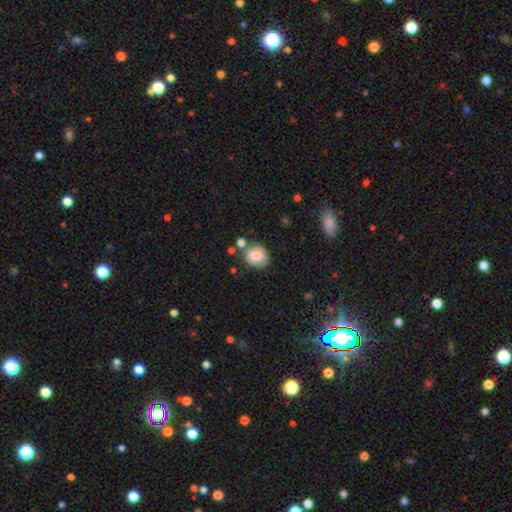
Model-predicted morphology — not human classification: A smooth galaxy with no disk features (78%) that is round (72%). Merging: none (61%).